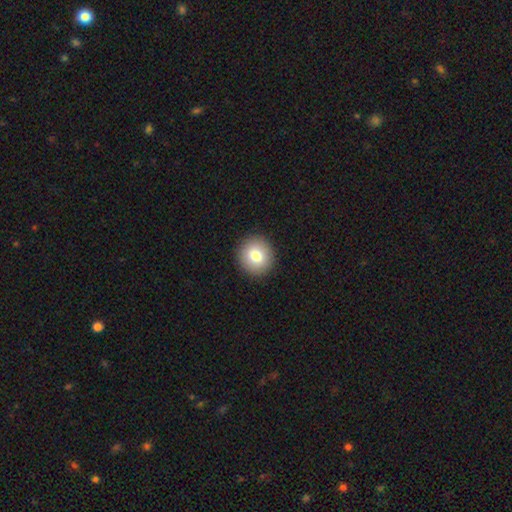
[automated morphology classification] A smooth galaxy with no disk features (80%) that is round (91%).

Vote fractions:
- Smooth or featured? smooth: 80% / featured or disk: 11% / star or artifact: 9%
- How rounded? round: 91% / in between: 8% / cigar-shaped: 1%
- Merging? none: 92% / minor disturbance: 5% / major disturbance: 2% / merger: 1%